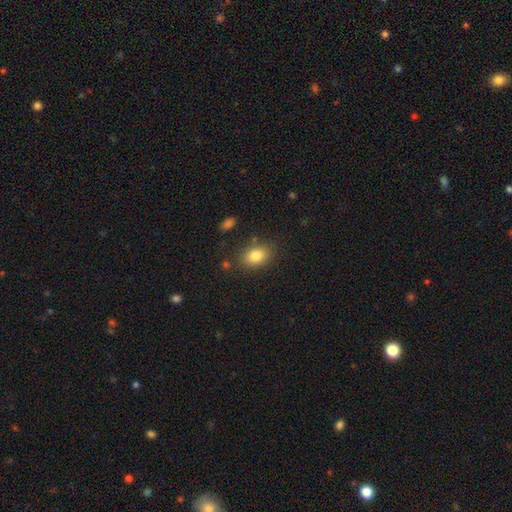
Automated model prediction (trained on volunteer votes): A smooth galaxy with no disk features (83%) that is in between round and cigar-shaped (80%).

Vote fractions:
- Smooth or featured? smooth: 83% / star or artifact: 9% / featured or disk: 9%
- How rounded? in between: 80% / round: 18% / cigar-shaped: 1%
- Merging? none: 81% / minor disturbance: 12% / major disturbance: 4% / merger: 4%